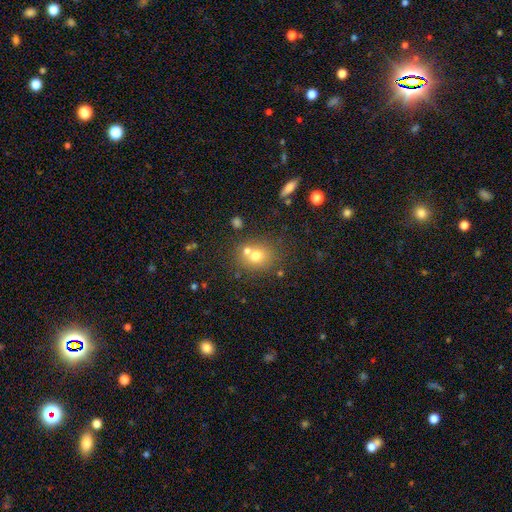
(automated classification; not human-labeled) Smooth or featured? smooth (71%)
How rounded? round (71%)
Merging? none (55%)